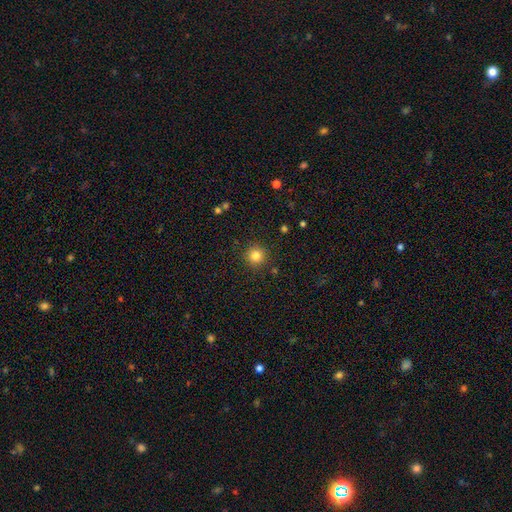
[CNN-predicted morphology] smooth 82%, star or artifact 12%, featured or disk 6%. Down the decision tree: how rounded — round (95%); merging — none (91%).